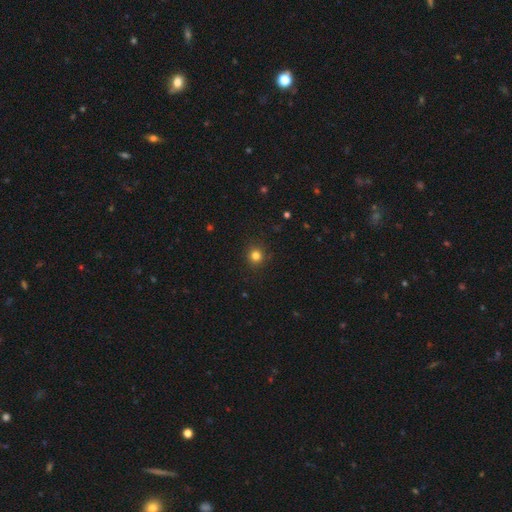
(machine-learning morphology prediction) Smooth or featured: smooth — 81% (star or artifact — 14%)
How rounded: round — 91% (in between — 8%)
Merging: none — 91% (minor disturbance — 6%)